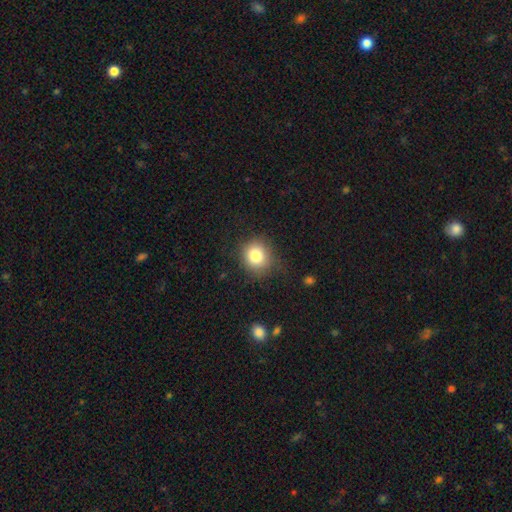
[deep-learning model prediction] Smooth or featured? Predicted: smooth (p=0.81). How rounded? Predicted: round (p=0.81). Merging? Predicted: none (p=0.78).